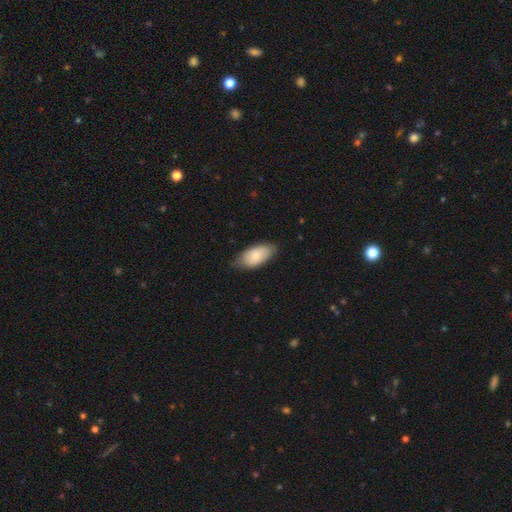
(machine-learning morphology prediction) Smooth or featured? Predicted: smooth (p=0.79). How rounded? Predicted: in between (p=0.93). Merging? Predicted: none (p=0.76).